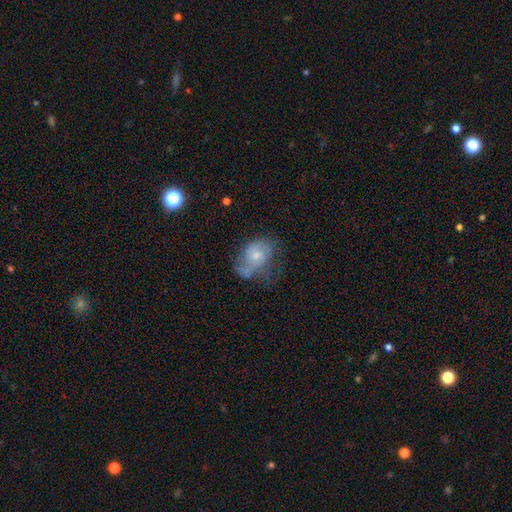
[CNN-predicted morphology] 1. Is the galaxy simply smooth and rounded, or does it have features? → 49% featured or disk, 41% smooth, 10% star or artifact.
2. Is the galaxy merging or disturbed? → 34% none, 29% major disturbance, 28% minor disturbance, 8% merger.